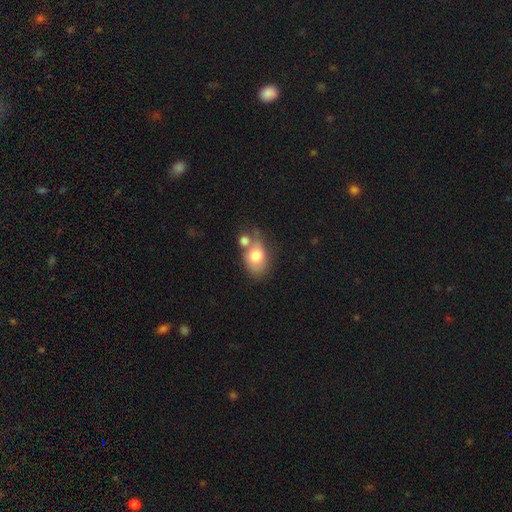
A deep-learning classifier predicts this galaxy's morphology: Smooth or featured?
  - smooth: 73% *
  - featured or disk: 19%
  - star or artifact: 8%
How rounded?
  - in between: 69% *
  - round: 30%
  - cigar-shaped: 1%
Merging?
  - merger: 41% *
  - none: 33%
  - minor disturbance: 17%
  - major disturbance: 9%